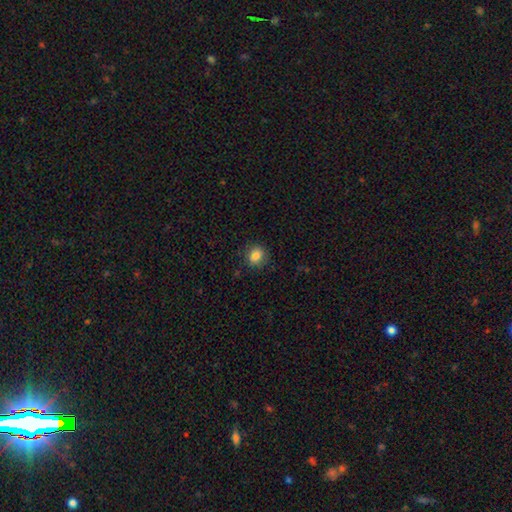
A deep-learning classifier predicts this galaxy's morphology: This is clearly a smooth galaxy (84%). How rounded: likely round (74%). Merging: clearly none (84%).